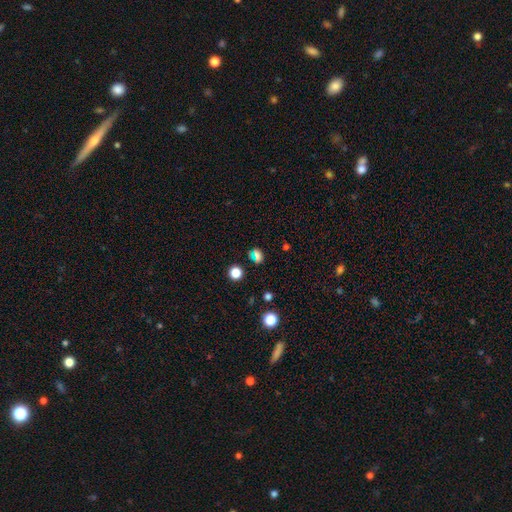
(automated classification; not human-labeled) This appears to be a smooth galaxy with no disk features (67%) that is in between round and cigar-shaped (55%). Merging: none (76%).